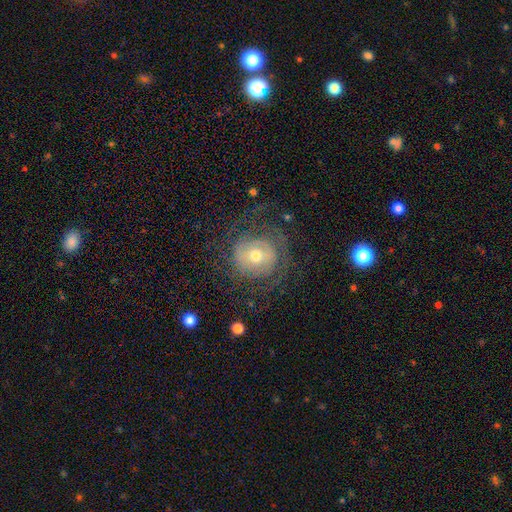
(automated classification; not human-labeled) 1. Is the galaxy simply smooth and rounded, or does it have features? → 67% featured or disk, 25% smooth, 8% star or artifact.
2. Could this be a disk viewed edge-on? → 97% no, 3% yes.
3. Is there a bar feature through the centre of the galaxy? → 64% no, 28% weak, 8% strong.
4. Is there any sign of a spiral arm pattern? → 73% yes, 27% no.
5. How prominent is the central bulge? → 57% moderate, 36% small, 5% large, 1% dominant, 1% none.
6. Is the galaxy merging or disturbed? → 65% none, 18% major disturbance, 16% minor disturbance, 1% merger.